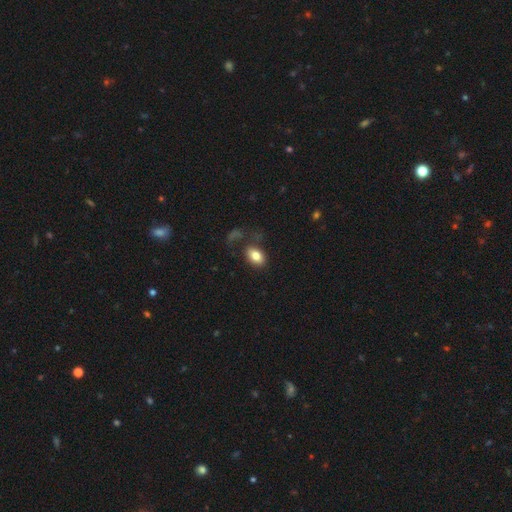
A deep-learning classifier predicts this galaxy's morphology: type=smooth (82%); roundness=in between (88%); merging=none (69%).